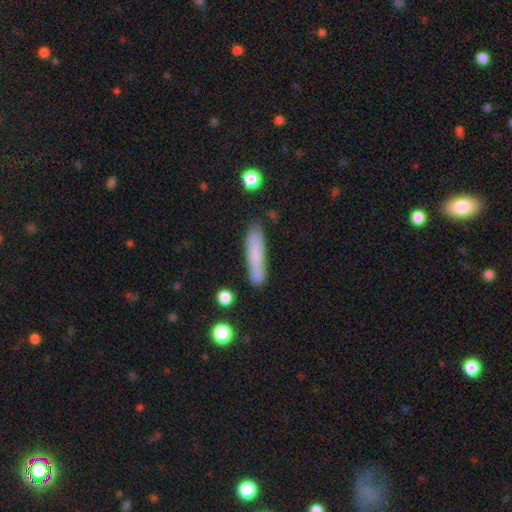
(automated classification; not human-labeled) Smooth or featured?
  - smooth: 72% *
  - featured or disk: 20%
  - star or artifact: 8%
How rounded?
  - cigar-shaped: 87% *
  - in between: 11%
  - round: 2%
Merging?
  - none: 75% *
  - minor disturbance: 16%
  - merger: 5%
  - major disturbance: 4%